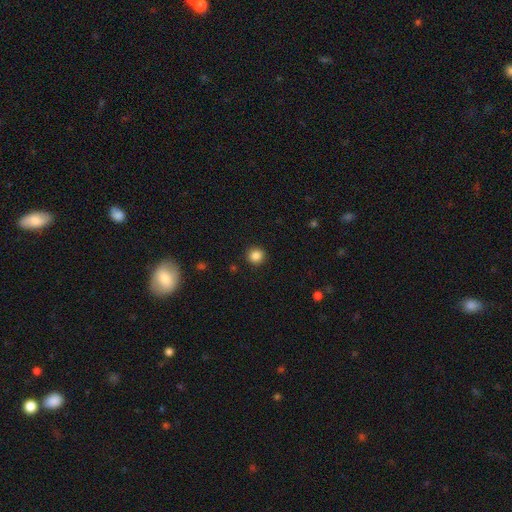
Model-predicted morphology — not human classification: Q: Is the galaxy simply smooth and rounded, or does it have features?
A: smooth — 86%.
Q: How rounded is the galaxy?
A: round — 92%.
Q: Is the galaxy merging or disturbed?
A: none — 92%.